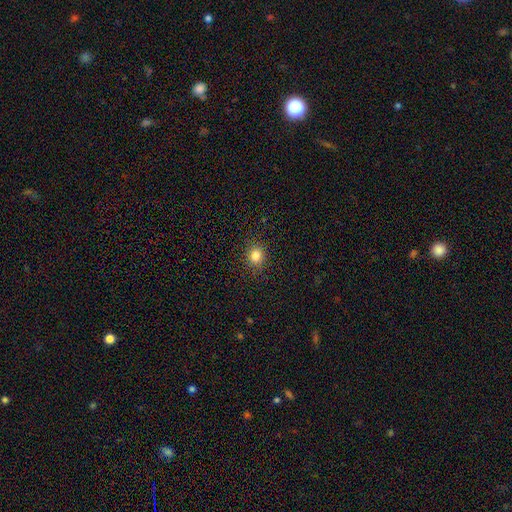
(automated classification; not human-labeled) Smooth or featured? smooth (81%)
How rounded? round (85%)
Merging? none (91%)